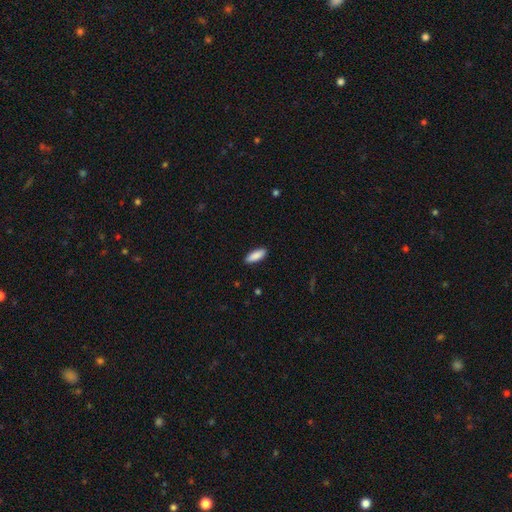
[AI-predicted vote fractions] smooth 89%, star or artifact 6%, featured or disk 5%. Down the decision tree: how rounded — in between (68%); merging — none (89%).